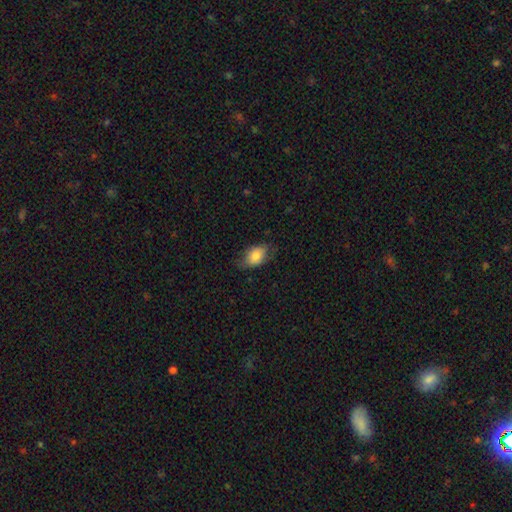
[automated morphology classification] This is likely a smooth galaxy (77%). How rounded: clearly in between (85%). Merging: likely none (65%).